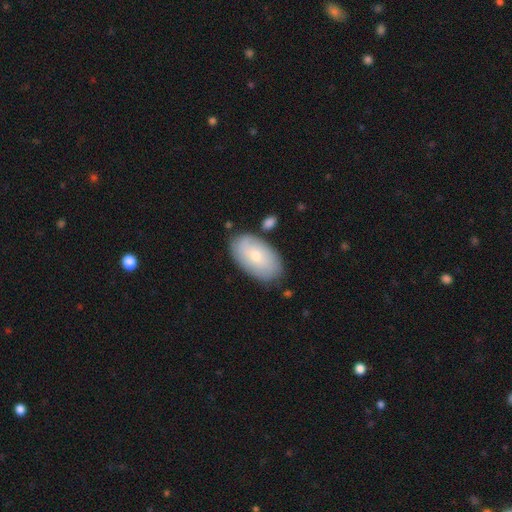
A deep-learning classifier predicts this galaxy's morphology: Overall: smooth (60%; featured or disk 34%). How rounded: in between (94%). Merging: none (78%).